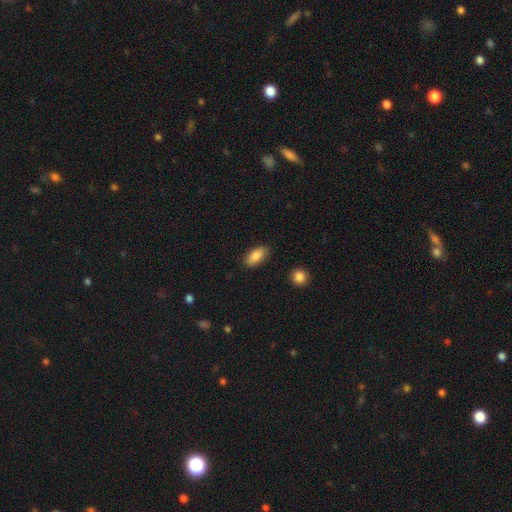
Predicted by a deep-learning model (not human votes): This appears to be a smooth galaxy with no disk features (86%) that is in between round and cigar-shaped (88%). Merging: none (87%).